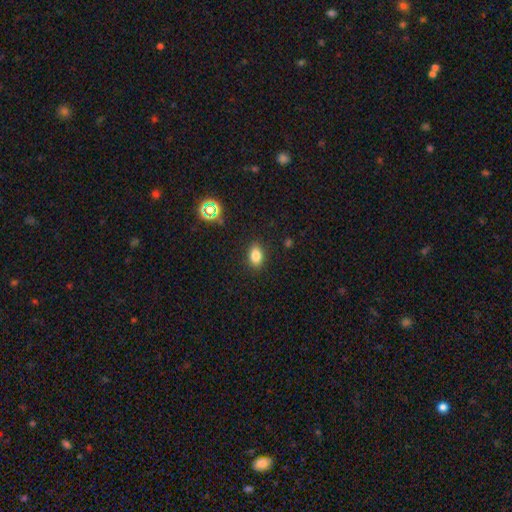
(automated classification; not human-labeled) Morphology: type=smooth (80%); roundness=in between (81%); merging=none (87%).